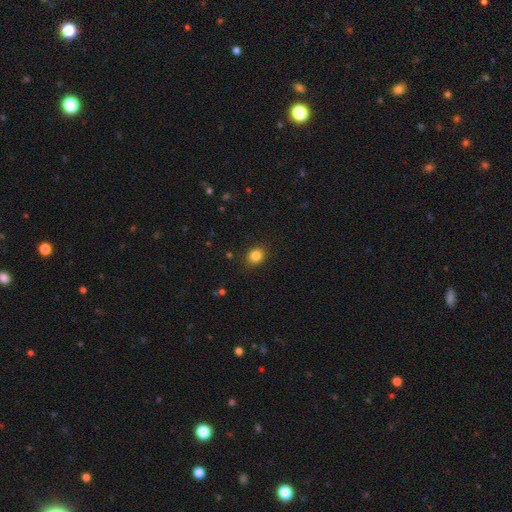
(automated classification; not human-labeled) Morphology: type=smooth (85%); roundness=round (60%); merging=none (87%).